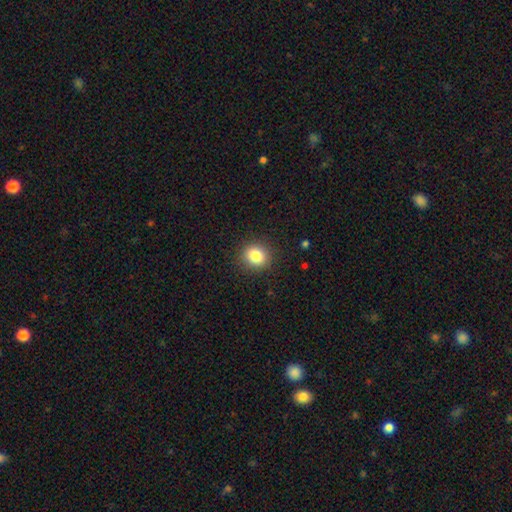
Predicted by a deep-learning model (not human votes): A smooth galaxy with no disk features (83%) that is round (76%).

Vote fractions:
- Smooth or featured? smooth: 83% / star or artifact: 11% / featured or disk: 6%
- How rounded? round: 76% / in between: 23% / cigar-shaped: 1%
- Merging? none: 89% / minor disturbance: 7% / major disturbance: 2% / merger: 1%